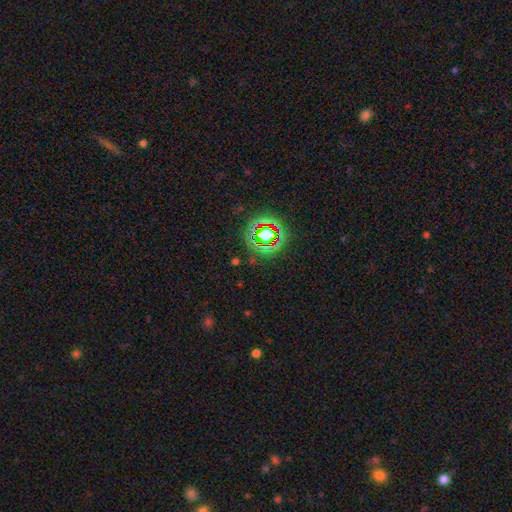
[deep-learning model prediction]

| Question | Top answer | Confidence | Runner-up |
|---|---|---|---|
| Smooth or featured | star or artifact | 75% | smooth (15%) |